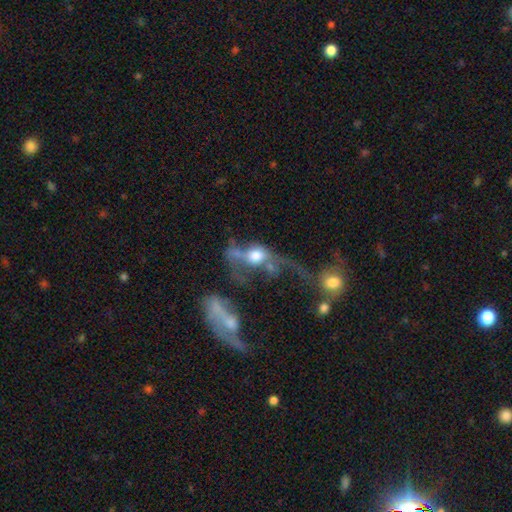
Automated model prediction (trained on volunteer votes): Smooth or featured?
  - featured or disk: 51% *
  - smooth: 36%
  - star or artifact: 13%
Edge-on disk?
  - no: 87% *
  - yes: 13%
Merging?
  - merger: 40% *
  - major disturbance: 36%
  - none: 14%
  - minor disturbance: 9%